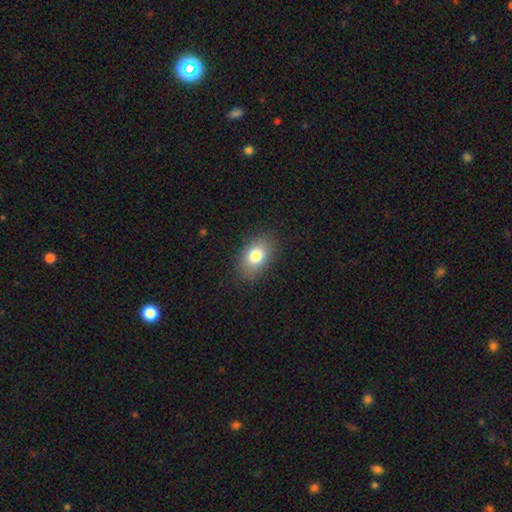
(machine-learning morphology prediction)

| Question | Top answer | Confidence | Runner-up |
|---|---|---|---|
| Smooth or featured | smooth | 80% | featured or disk (11%) |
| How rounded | in between | 83% | round (15%) |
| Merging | none | 85% | minor disturbance (10%) |